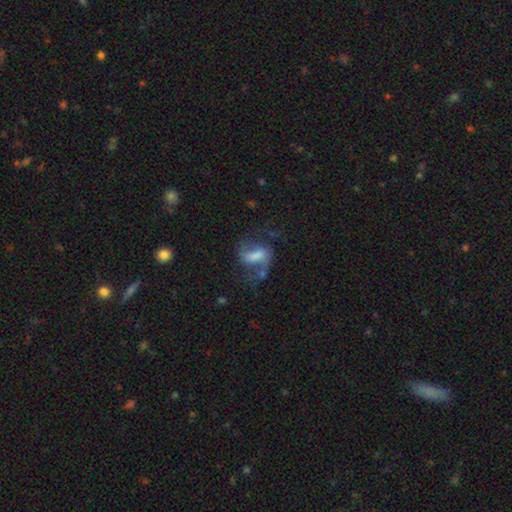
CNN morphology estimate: The model was most divided on "bar": weak: 45%, strong: 35%, no: 20%. Remaining: edge-on disk — no (96%); spiral arms — yes (87%); spiral arm count — 2 (85%); smooth or featured — featured or disk (65%); spiral winding — loose (56%); merging — none (49%); bulge size — moderate (33%).